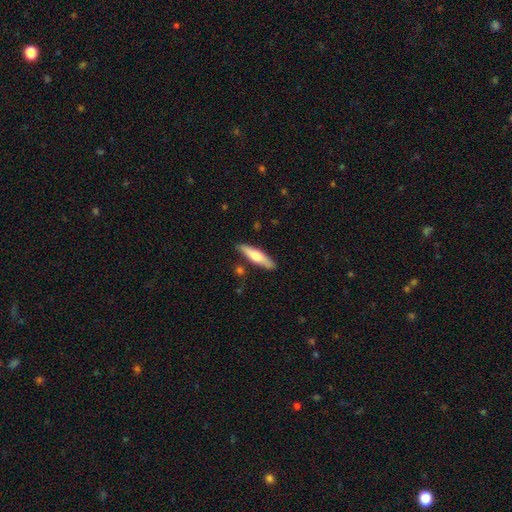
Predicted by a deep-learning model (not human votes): smooth_or_featured: smooth (p=0.57) [alt: featured or disk p=0.37]
how_rounded: cigar-shaped (p=0.75) [alt: in between p=0.23]
merging: none (p=0.85) [alt: minor disturbance p=0.11]